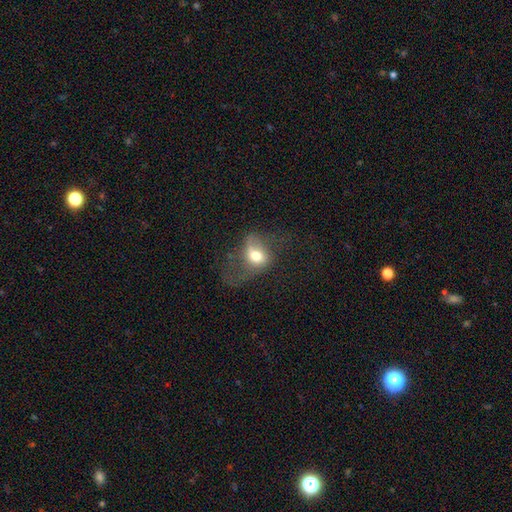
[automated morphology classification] A smooth galaxy with no disk features (60%) that is in between round and cigar-shaped (64%). Merging: major disturbance (51%).